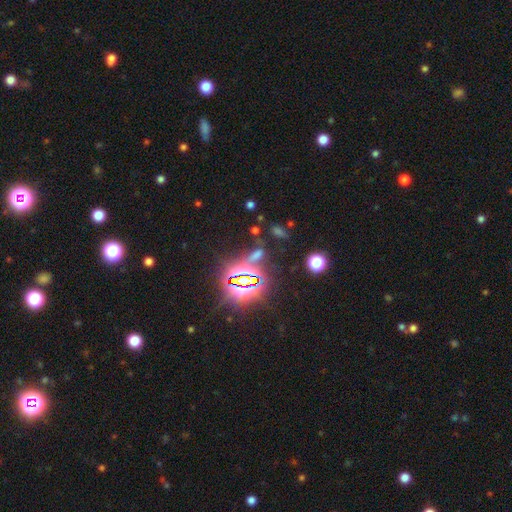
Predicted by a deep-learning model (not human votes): Overall: star or artifact (60%; smooth 29%).